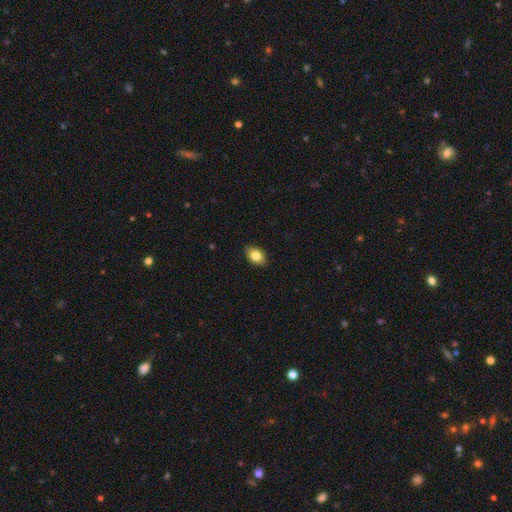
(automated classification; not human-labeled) Smooth or featured: smooth — 82% (featured or disk — 10%)
How rounded: in between — 90% (round — 8%)
Merging: none — 88% (minor disturbance — 9%)